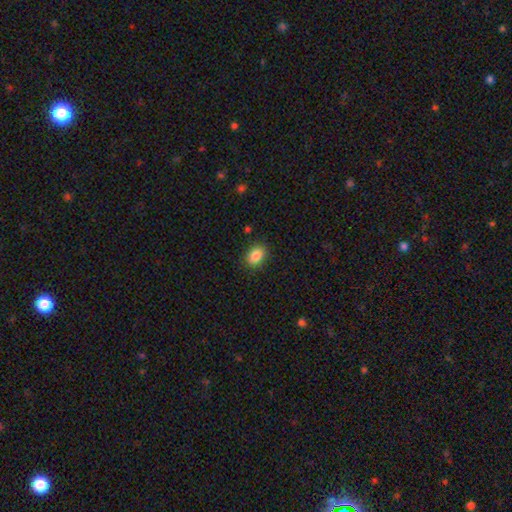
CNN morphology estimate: Overall: smooth (87%). How rounded: in between (81%). Merging: none (87%).